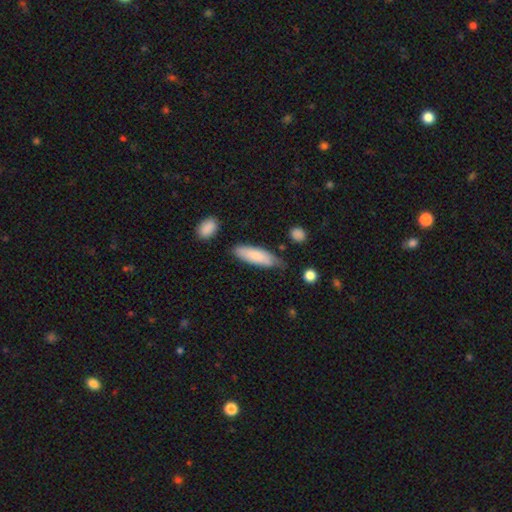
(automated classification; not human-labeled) smooth 79%, featured or disk 15%, star or artifact 6%. Down the decision tree: how rounded — cigar-shaped (49%, tied with in between); merging — none (65%).